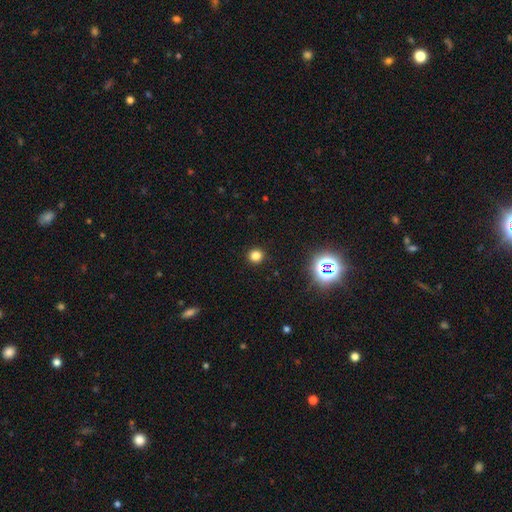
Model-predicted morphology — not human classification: smooth-or-featured: smooth: 78% | star or artifact: 17% | featured or disk: 5%
  how-rounded: round: 91% | in between: 8% | cigar-shaped: 1%
  merging: none: 92% | minor disturbance: 5% | major disturbance: 2% | merger: 1%